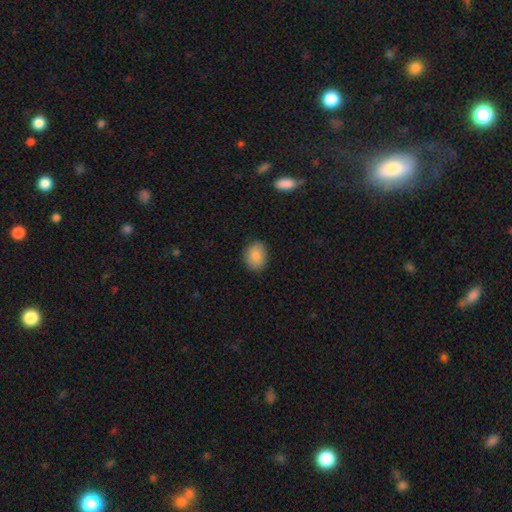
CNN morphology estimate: The model was most divided on "how rounded": in between: 52%, round: 46%, cigar-shaped: 1%. More confident: smooth or featured — smooth (87%); merging — none (84%).